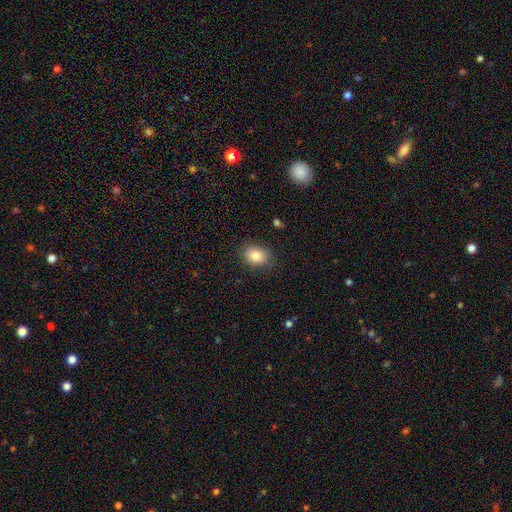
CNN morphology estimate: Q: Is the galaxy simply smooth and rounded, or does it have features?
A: smooth — 83%.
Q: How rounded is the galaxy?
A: in between — 62%.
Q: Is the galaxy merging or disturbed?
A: none — 83%.